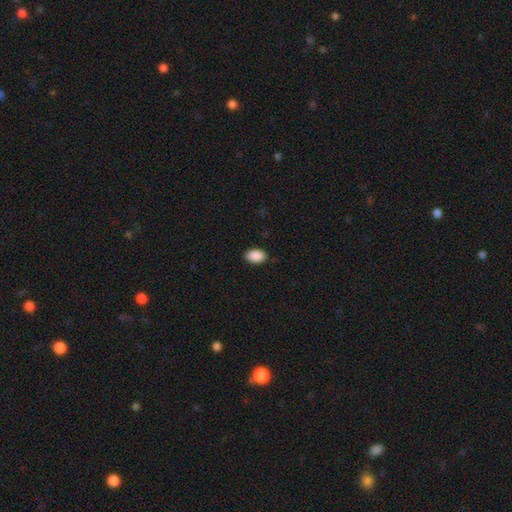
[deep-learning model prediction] Q: Smooth or featured?
A: smooth (90%); runner-up: star or artifact (7%)
Q: How rounded?
A: in between (93%); runner-up: round (6%)
Q: Merging?
A: none (88%); runner-up: minor disturbance (9%)